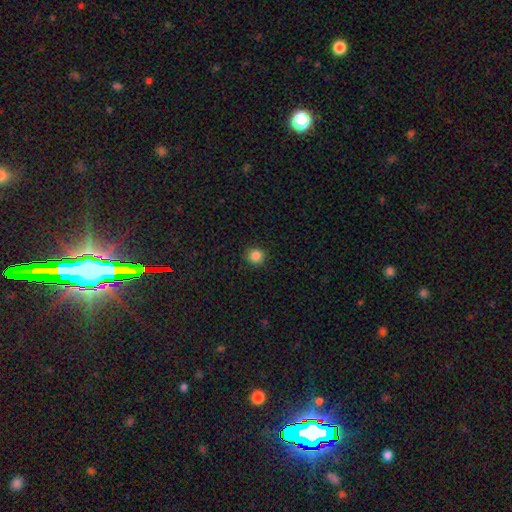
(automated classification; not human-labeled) Smooth or featured? Predicted: smooth (p=0.86). How rounded? Predicted: round (p=0.93). Merging? Predicted: none (p=0.91).